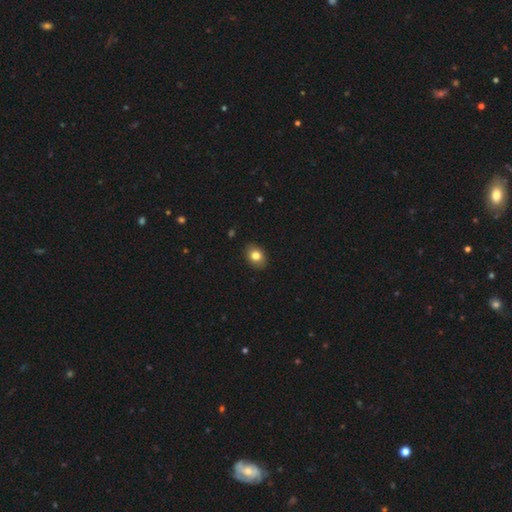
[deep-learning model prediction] Smooth or featured: smooth — 81% (featured or disk — 10%)
How rounded: in between — 70% (round — 29%)
Merging: none — 89% (minor disturbance — 9%)